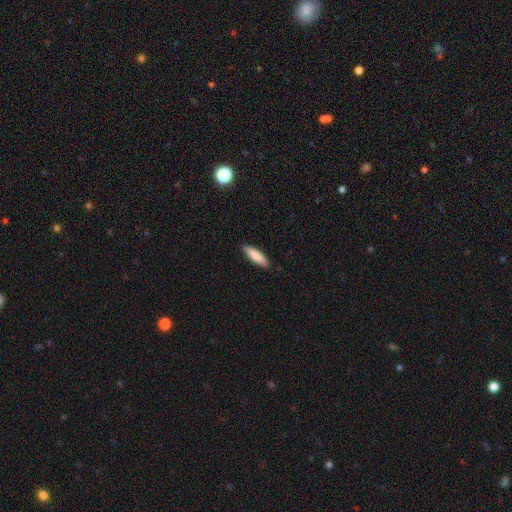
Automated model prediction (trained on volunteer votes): This appears to be a smooth galaxy with no disk features (85%) that is cigar-shaped (59%). Merging: none (89%).